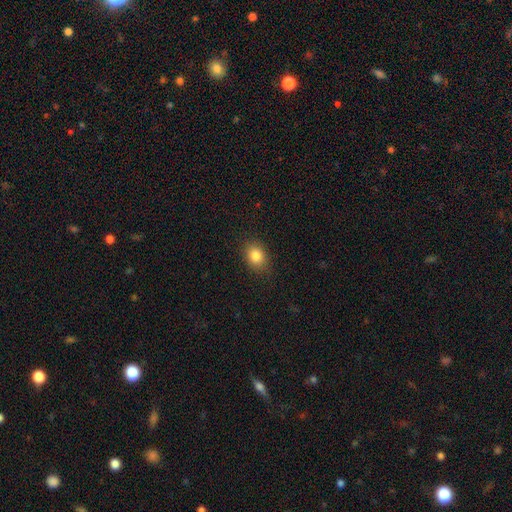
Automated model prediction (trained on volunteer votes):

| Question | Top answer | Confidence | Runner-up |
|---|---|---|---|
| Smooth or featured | smooth | 84% | star or artifact (10%) |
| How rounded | in between | 55% | round (44%) |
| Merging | none | 83% | minor disturbance (13%) |